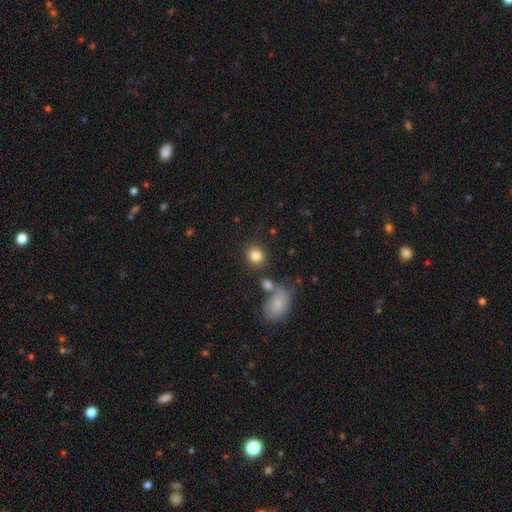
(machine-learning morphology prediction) Smooth or featured? smooth (84%)
How rounded? round (76%)
Merging? none (79%)